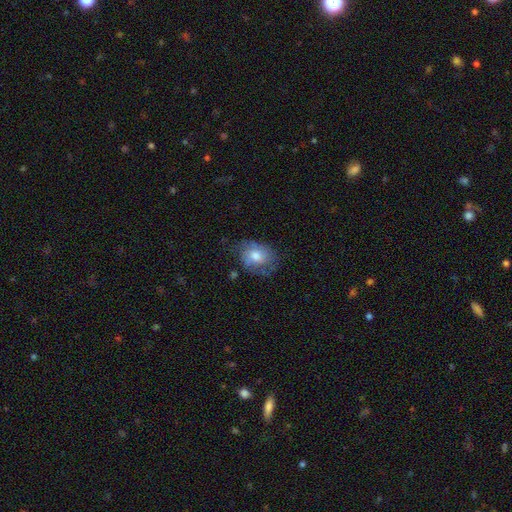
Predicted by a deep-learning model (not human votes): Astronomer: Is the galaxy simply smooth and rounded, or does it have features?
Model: smooth — 55% (runner-up: featured or disk, 37%).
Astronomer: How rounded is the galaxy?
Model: in between — 68%.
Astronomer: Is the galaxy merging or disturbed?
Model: none — 56%.